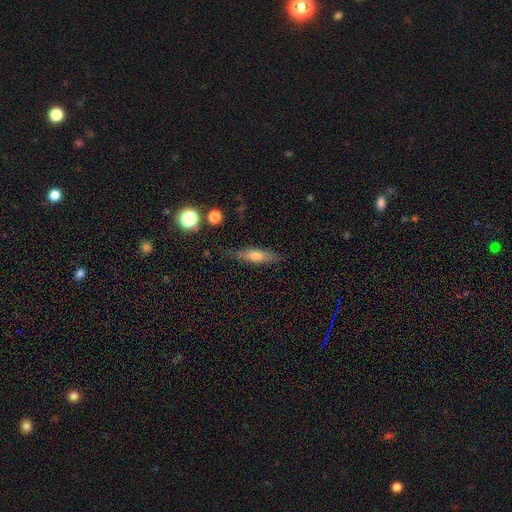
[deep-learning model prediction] A smooth galaxy with no disk features (54%) that is cigar-shaped (70%). Merging: none (79%).